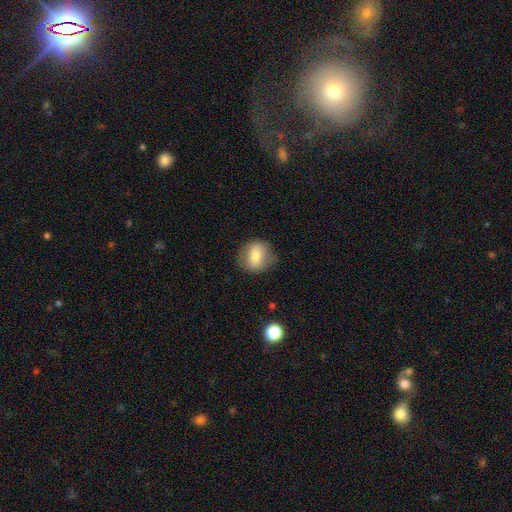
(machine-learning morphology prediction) smooth 69%, featured or disk 23%, star or artifact 8%. Down the decision tree: how rounded — round (70%); merging — none (78%).